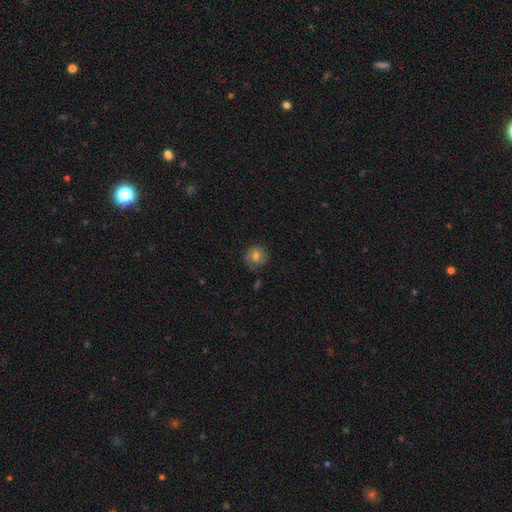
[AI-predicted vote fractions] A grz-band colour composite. It shows a smooth galaxy with no disk features (69%) that is round (88%). Merging: none (75%).